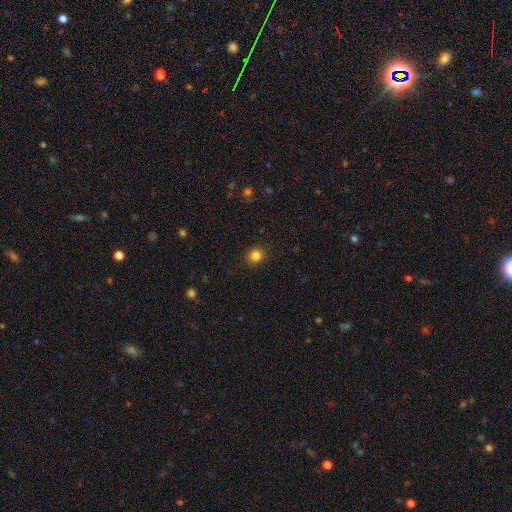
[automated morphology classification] Overall: smooth (84%). How rounded: round (89%). Merging: none (91%).